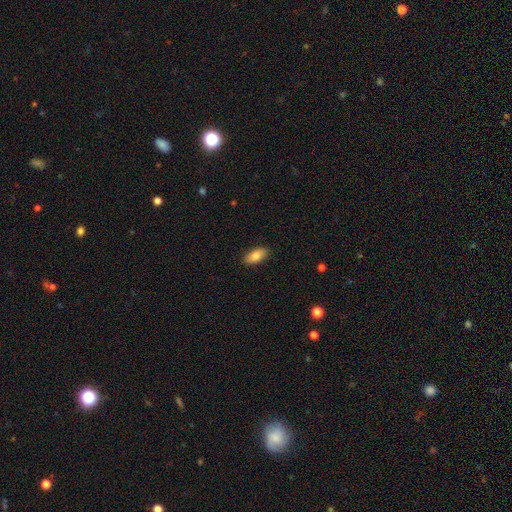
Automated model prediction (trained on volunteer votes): Overall: smooth (84%). How rounded: in between (91%). Merging: none (89%).